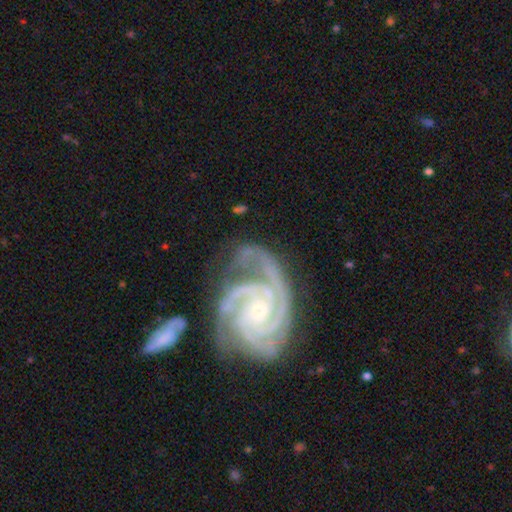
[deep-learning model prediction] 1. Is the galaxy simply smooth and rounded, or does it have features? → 93% featured or disk, 4% star or artifact, 3% smooth.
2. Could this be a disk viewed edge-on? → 98% no, 2% yes.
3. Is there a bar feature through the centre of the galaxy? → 68% no, 22% weak, 10% strong.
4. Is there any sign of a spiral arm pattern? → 99% yes, 1% no.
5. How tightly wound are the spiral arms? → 72% tight, 25% medium, 3% loose.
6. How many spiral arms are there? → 51% 3, 19% 4, 14% 2, 7% can't tell, 5% more than 4, 5% 1.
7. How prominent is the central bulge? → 74% small, 22% moderate, 1% none, 1% large, 1% dominant.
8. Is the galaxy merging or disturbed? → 52% none, 24% minor disturbance, 14% major disturbance, 9% merger.